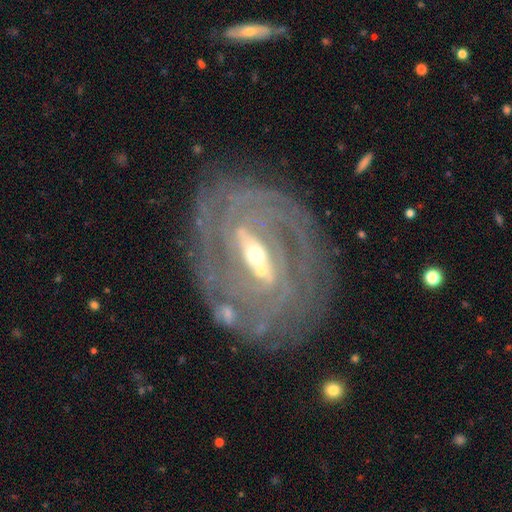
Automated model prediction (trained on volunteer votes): This is clearly a featured or disk galaxy (89%). It is clearly not viewed edge-on (94%). Bar: possibly strong (50%). Spiral arm pattern: clearly yes (94%). Spiral arm count: marginally can't tell (30%). Spiral winding: likely tight (73%). Central bulge: possibly small (57%). Merging: likely none (68%).